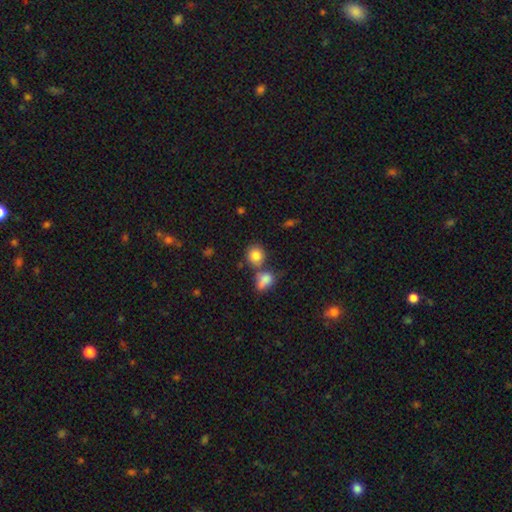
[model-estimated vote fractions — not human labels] A smooth galaxy with no disk features (83%) that is round (76%).

Vote fractions:
- Smooth or featured? smooth: 83% / star or artifact: 9% / featured or disk: 7%
- How rounded? round: 76% / in between: 23% / cigar-shaped: 1%
- Merging? none: 57% / merger: 28% / minor disturbance: 11% / major disturbance: 4%